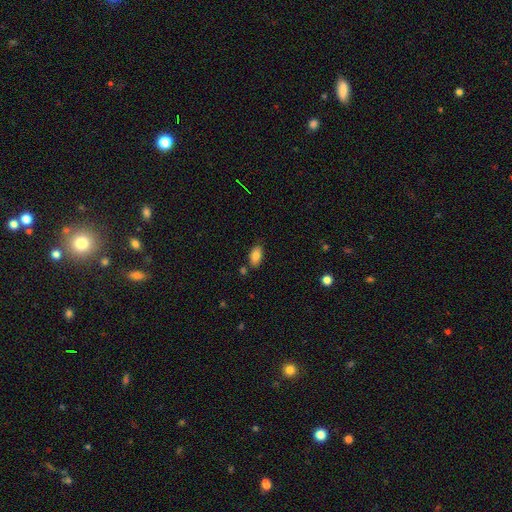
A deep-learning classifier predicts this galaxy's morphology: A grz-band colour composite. It shows a smooth galaxy with no disk features (85%) that is in between round and cigar-shaped (93%). Merging: none (78%).